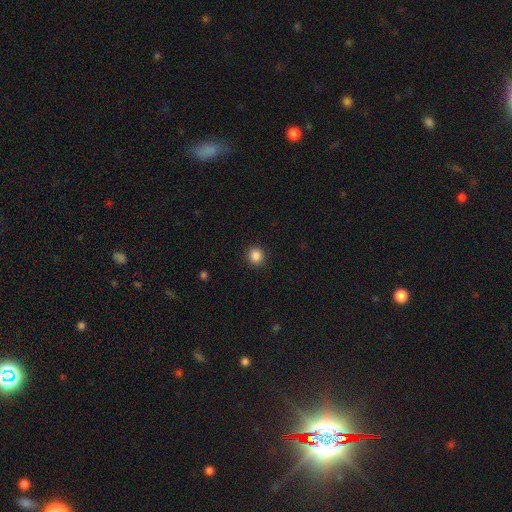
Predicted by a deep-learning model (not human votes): Smooth or featured: smooth — 87% (star or artifact — 10%)
How rounded: round — 90% (in between — 9%)
Merging: none — 91% (minor disturbance — 6%)